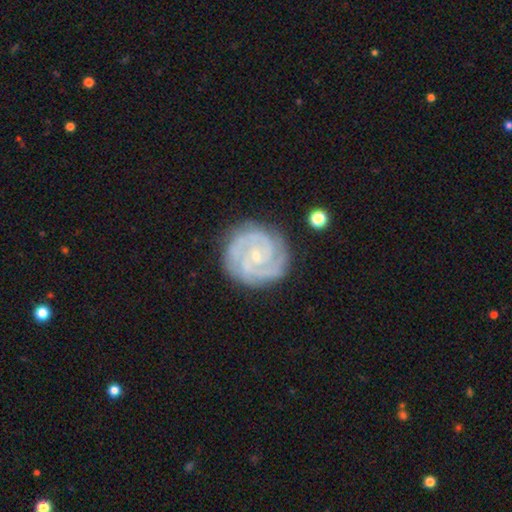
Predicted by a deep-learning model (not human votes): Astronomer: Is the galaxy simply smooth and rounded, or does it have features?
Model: featured or disk — 89%.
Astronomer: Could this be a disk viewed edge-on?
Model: no — 98%.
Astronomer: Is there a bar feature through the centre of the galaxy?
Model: no — 65%.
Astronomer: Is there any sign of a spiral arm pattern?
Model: yes — 98%.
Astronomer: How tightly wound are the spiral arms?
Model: tight — 77%.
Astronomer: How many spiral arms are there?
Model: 2 — 37% (runner-up: 3, 34%).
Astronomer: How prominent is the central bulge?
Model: small — 79%.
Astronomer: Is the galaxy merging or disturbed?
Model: none — 82%.